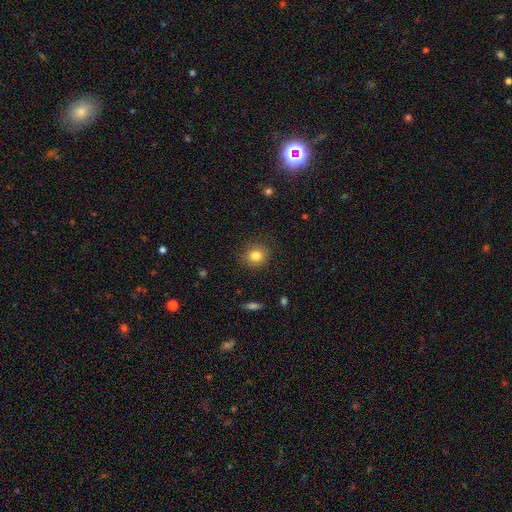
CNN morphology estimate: Smooth or featured: smooth — 83% (star or artifact — 10%)
How rounded: round — 78% (in between — 21%)
Merging: none — 87% (minor disturbance — 9%)